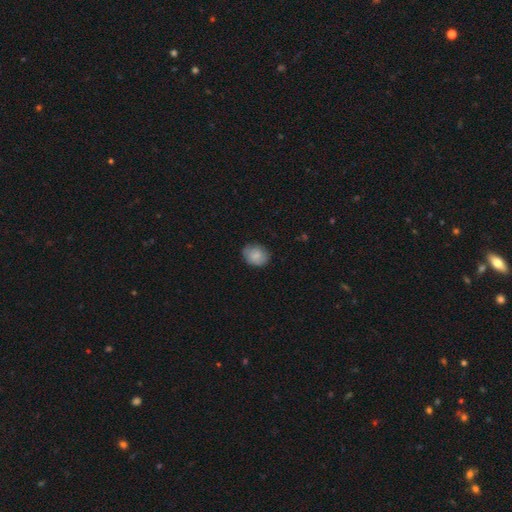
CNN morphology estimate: type=smooth (82%); roundness=round (53%); merging=none (78%).